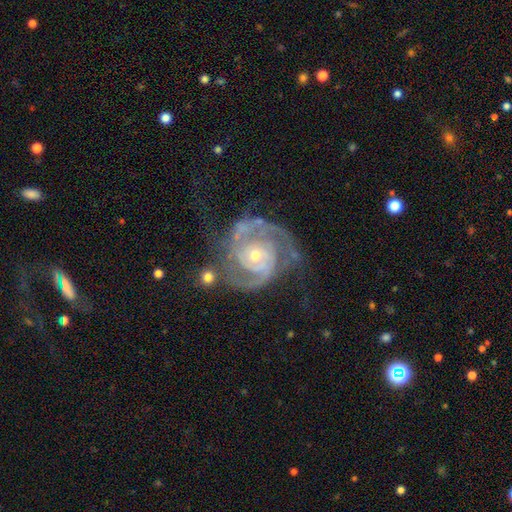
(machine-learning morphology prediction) Smooth or featured? featured or disk (91%)
Edge-on disk? no (98%)
Bar? no (70%)
Spiral arms? yes (98%)
Spiral winding? tight (55%)
Spiral arm count? 2 (73%)
Bulge size? small (56%)
Merging? none (59%)